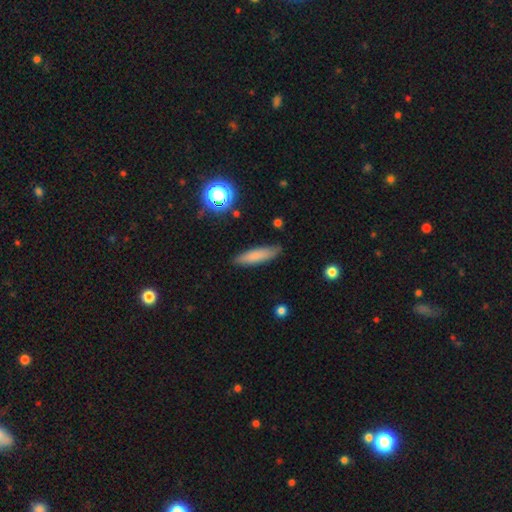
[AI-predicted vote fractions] smooth_or_featured: smooth (p=0.77) [alt: featured or disk p=0.15]
how_rounded: cigar-shaped (p=0.74) [alt: in between p=0.24]
merging: none (p=0.84) [alt: minor disturbance p=0.12]